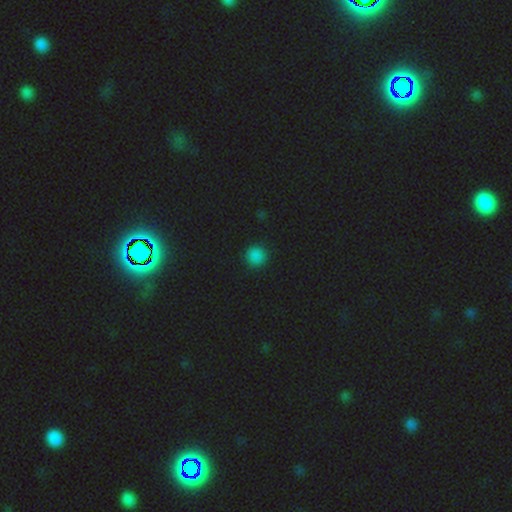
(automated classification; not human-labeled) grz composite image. It shows a smooth galaxy with no disk features (82%) that is round (94%). Merging: none (92%).